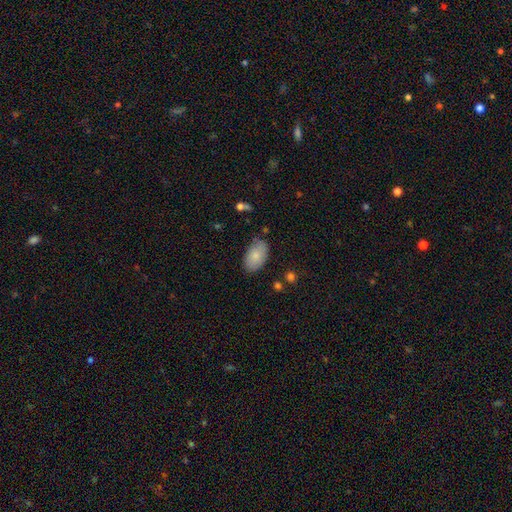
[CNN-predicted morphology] Smooth or featured?
  - smooth: 82% *
  - featured or disk: 12%
  - star or artifact: 6%
How rounded?
  - in between: 94% *
  - round: 5%
  - cigar-shaped: 1%
Merging?
  - none: 80% *
  - minor disturbance: 15%
  - major disturbance: 3%
  - merger: 2%